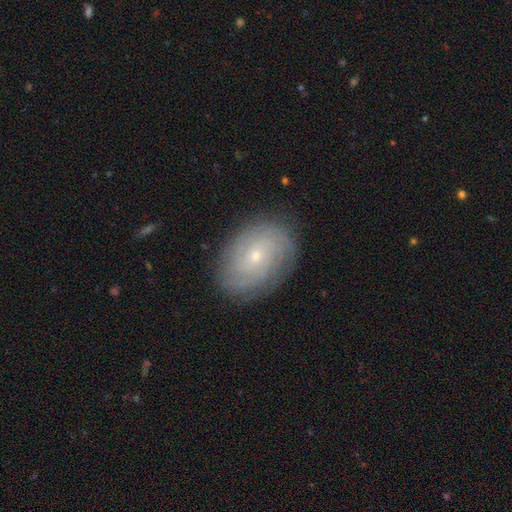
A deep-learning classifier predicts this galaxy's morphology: Smooth or featured? Predicted: featured or disk (p=0.75). Edge-on disk? Predicted: no (p=0.96). Bar? Predicted: no (p=0.78). Spiral arms? Predicted: yes (p=0.93). Spiral winding? Predicted: tight (p=0.73). Spiral arm count? Predicted: can't tell (p=0.40). Bulge size? Predicted: small (p=0.79). Merging? Predicted: none (p=0.83).